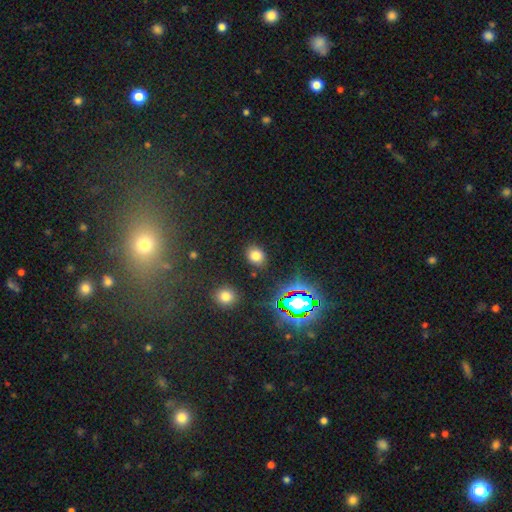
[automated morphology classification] smooth_or_featured: smooth (p=0.73) [alt: star or artifact p=0.21]
how_rounded: round (p=0.52) [alt: in between p=0.47]
merging: none (p=0.85) [alt: minor disturbance p=0.09]